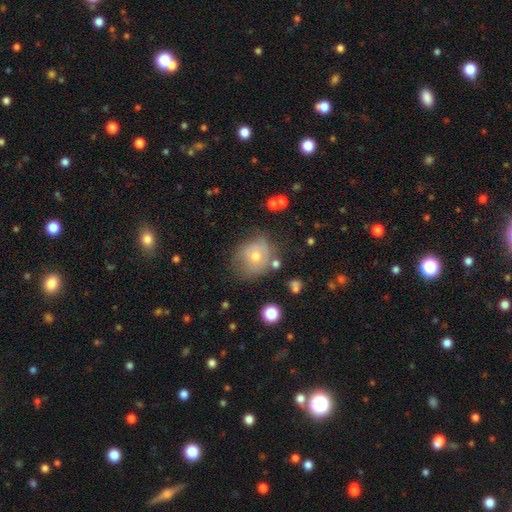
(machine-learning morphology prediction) Smooth or featured? Predicted: smooth (p=0.61). How rounded? Predicted: round (p=0.71). Merging? Predicted: none (p=0.51).